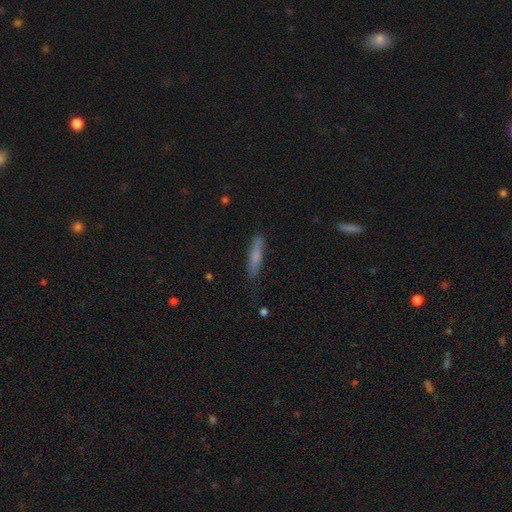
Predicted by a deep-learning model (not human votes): Q: Smooth or featured?
A: smooth (72%); runner-up: featured or disk (21%)
Q: How rounded?
A: cigar-shaped (86%); runner-up: in between (13%)
Q: Merging?
A: none (76%); runner-up: minor disturbance (18%)